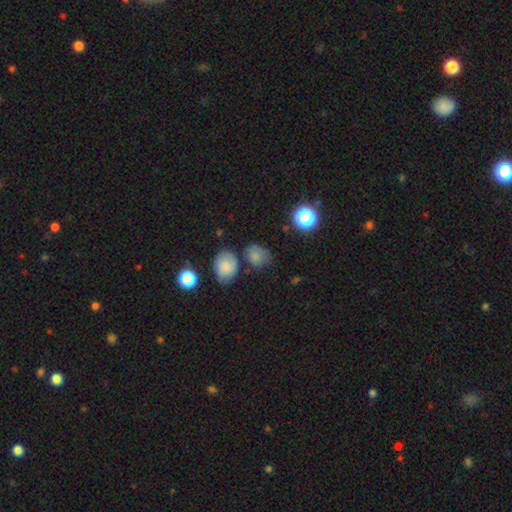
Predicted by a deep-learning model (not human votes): Smooth or featured?
  - smooth: 74% *
  - star or artifact: 14%
  - featured or disk: 12%
How rounded?
  - round: 53% *
  - in between: 46%
  - cigar-shaped: 1%
Merging?
  - none: 57% *
  - minor disturbance: 22%
  - merger: 12%
  - major disturbance: 8%